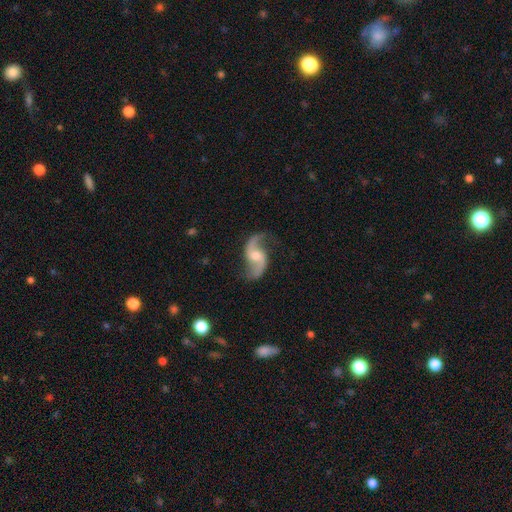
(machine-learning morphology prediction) Smooth or featured: featured or disk — 91% (smooth — 5%)
Edge-on disk: no — 97% (yes — 3%)
Bar: no — 50% (weak — 39%)
Spiral arms: yes — 97% (no — 3%)
Spiral winding: loose — 75% (medium — 21%)
Spiral arm count: 2 — 94% (1 — 2%)
Bulge size: moderate — 55% (small — 31%)
Merging: none — 79% (minor disturbance — 13%)